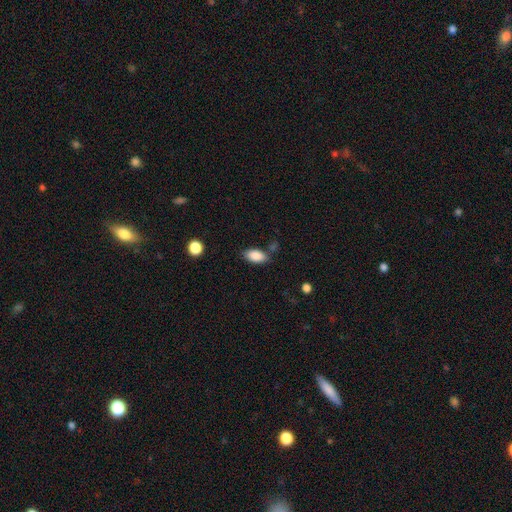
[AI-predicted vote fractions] Q: Smooth or featured?
A: smooth (87%); runner-up: star or artifact (7%)
Q: How rounded?
A: in between (92%); runner-up: cigar-shaped (4%)
Q: Merging?
A: none (72%); runner-up: minor disturbance (17%)